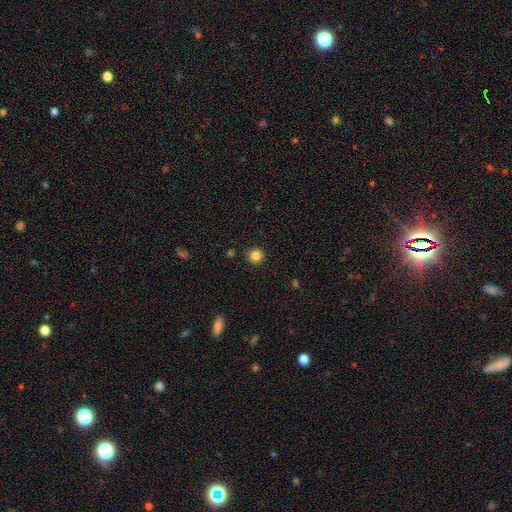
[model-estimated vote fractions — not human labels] Morphology: type=smooth (84%); roundness=round (95%); merging=none (91%).